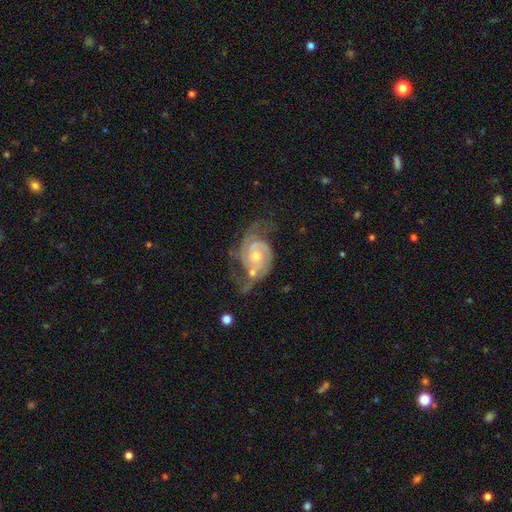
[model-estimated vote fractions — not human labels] Morphology: type=featured or disk (88%); edge-on=no (98%); bar=no (69%); spiral arms=yes (96%); winding=tight (47%); arm count=2 (70%); bulge=small (48%); merging=none (40%).